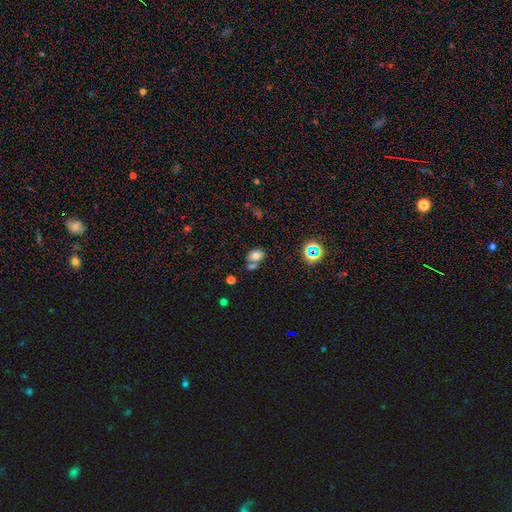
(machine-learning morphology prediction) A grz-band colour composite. It shows a smooth galaxy with no disk features (71%) that is in between round and cigar-shaped (68%). Merging: none (54%).